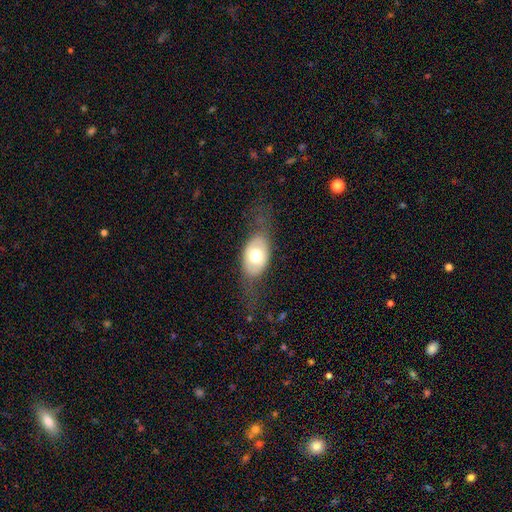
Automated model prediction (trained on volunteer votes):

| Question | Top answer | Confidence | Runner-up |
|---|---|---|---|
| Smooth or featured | smooth | 54% | featured or disk (40%) |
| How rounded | in between | 88% | round (10%) |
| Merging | none | 66% | minor disturbance (18%) |